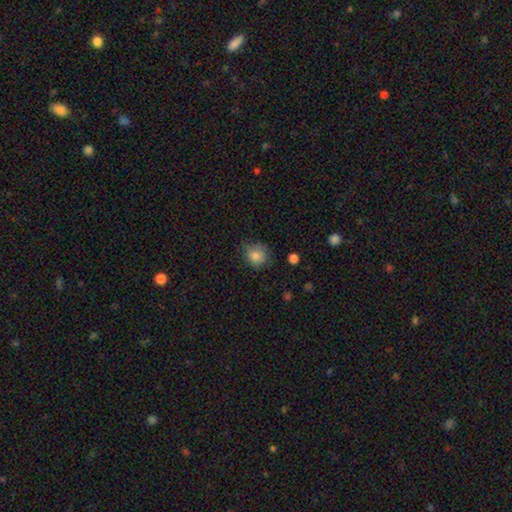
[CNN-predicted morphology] This is clearly a smooth galaxy (84%). How rounded: likely round (79%). Merging: likely none (67%).